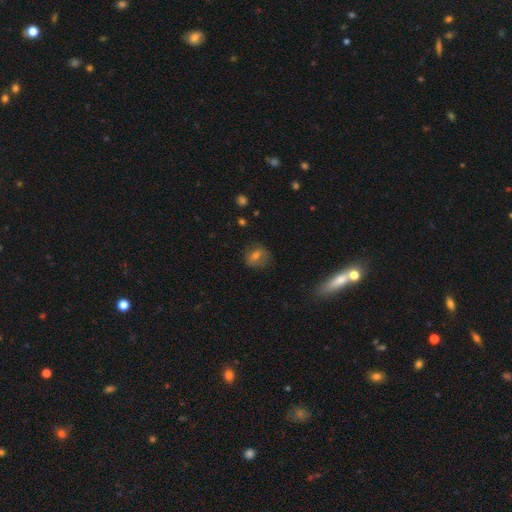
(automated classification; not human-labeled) A smooth galaxy with no disk features (60%) that is round (63%). Merging: none (76%).